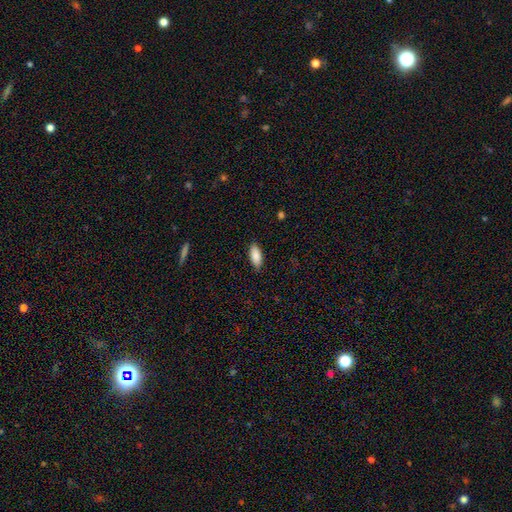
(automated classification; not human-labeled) The model was most divided on "how rounded": in between: 82%, cigar-shaped: 16%, round: 2%. More confident: smooth or featured — smooth (87%); merging — none (86%).